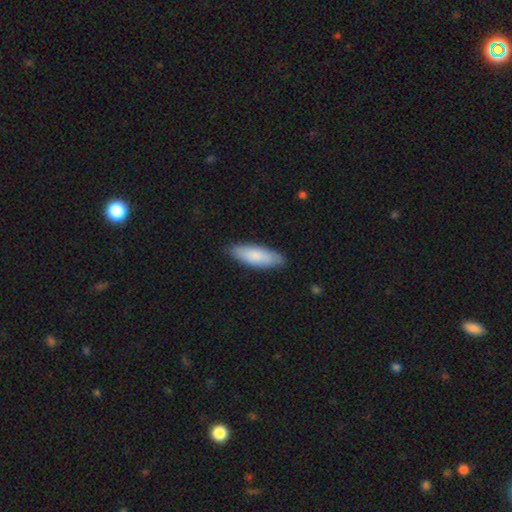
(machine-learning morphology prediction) A smooth galaxy with no disk features (84%) that is in between round and cigar-shaped (62%).

Vote fractions:
- Smooth or featured? smooth: 84% / featured or disk: 11% / star or artifact: 5%
- How rounded? in between: 62% / cigar-shaped: 37% / round: 2%
- Merging? none: 86% / minor disturbance: 12% / major disturbance: 2% / merger: 1%